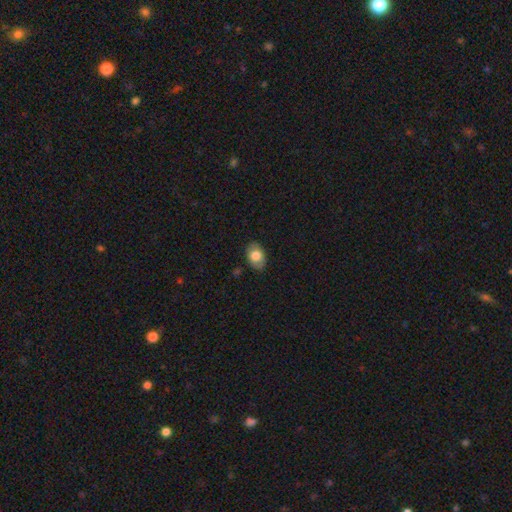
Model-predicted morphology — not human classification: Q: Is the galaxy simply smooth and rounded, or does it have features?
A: smooth — 79%.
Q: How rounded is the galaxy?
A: in between — 83%.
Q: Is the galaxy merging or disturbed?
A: none — 85%.